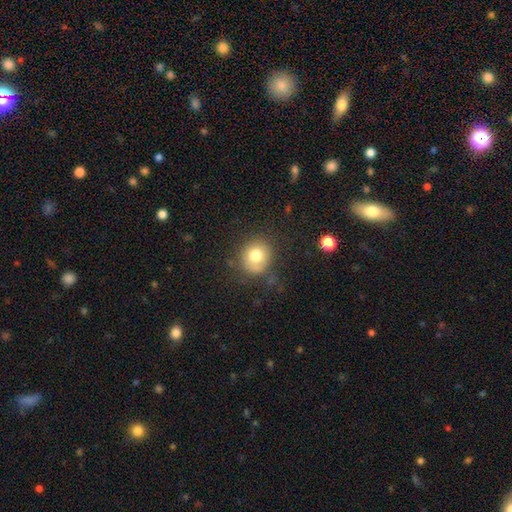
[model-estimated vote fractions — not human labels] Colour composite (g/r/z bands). It shows a smooth galaxy with no disk features (76%) that is round (84%). Merging: none (73%).